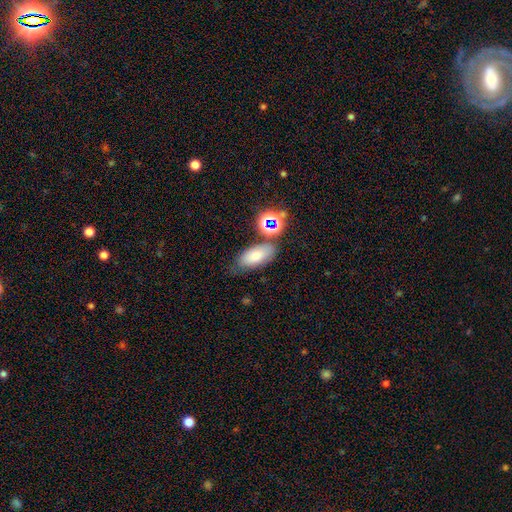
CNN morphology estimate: Smooth or featured?
  - smooth: 72% *
  - star or artifact: 14%
  - featured or disk: 13%
How rounded?
  - in between: 86% *
  - cigar-shaped: 8%
  - round: 6%
Merging?
  - none: 66% *
  - minor disturbance: 17%
  - merger: 11%
  - major disturbance: 6%